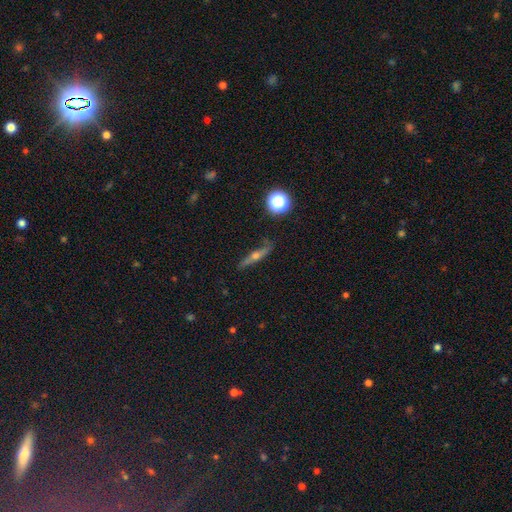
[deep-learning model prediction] This appears to be a featured or disk galaxy (63%) viewed edge-on (77%). Merging: none (78%).